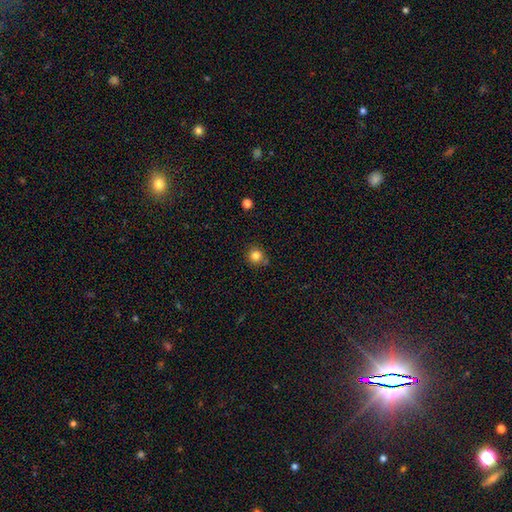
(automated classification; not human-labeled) smooth-or-featured: smooth: 82% | star or artifact: 12% | featured or disk: 6%
  how-rounded: round: 93% | in between: 6% | cigar-shaped: 1%
  merging: none: 79% | minor disturbance: 11% | merger: 7% | major disturbance: 3%